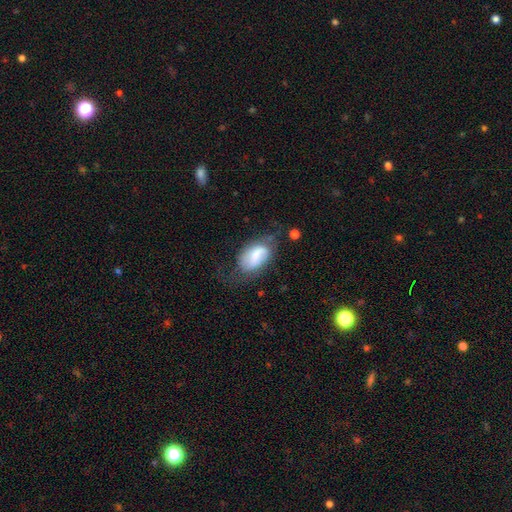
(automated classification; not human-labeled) This is possibly a smooth galaxy (54%). How rounded: clearly in between (91%). Merging: marginally none (41%).